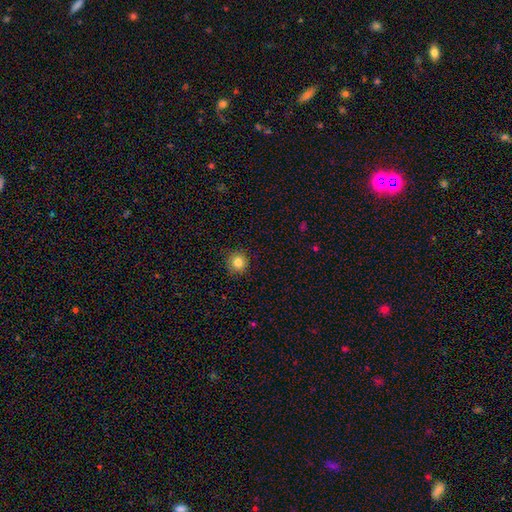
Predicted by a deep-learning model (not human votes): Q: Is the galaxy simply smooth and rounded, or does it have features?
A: smooth — 82%.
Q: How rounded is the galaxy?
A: round — 93%.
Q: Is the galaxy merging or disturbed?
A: none — 90%.